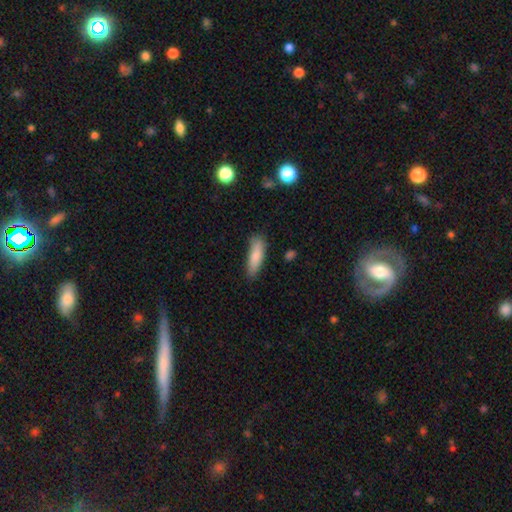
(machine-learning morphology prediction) Smooth or featured: smooth — 84% (featured or disk — 10%)
How rounded: cigar-shaped — 59% (in between — 40%)
Merging: none — 78% (minor disturbance — 17%)